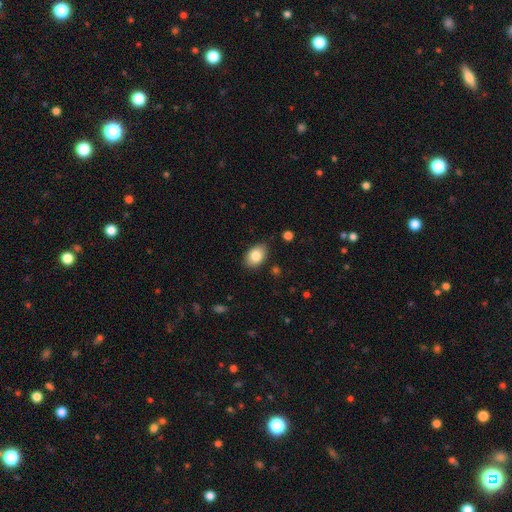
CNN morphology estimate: Smooth or featured? smooth (83%)
How rounded? in between (85%)
Merging? none (84%)